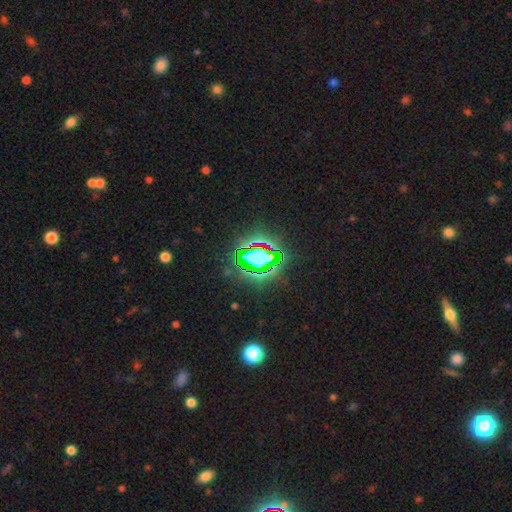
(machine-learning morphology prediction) Smooth or featured: star or artifact — 82% (smooth — 11%)